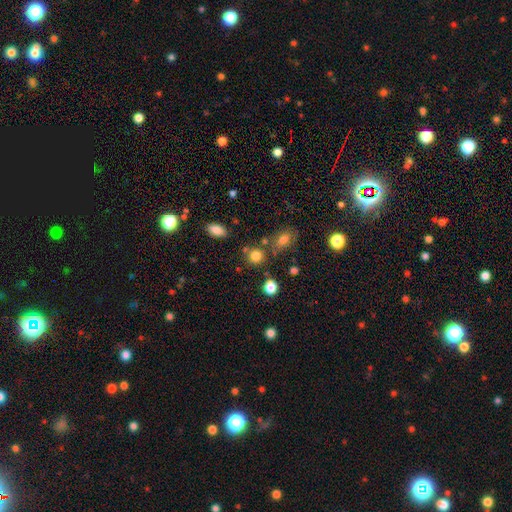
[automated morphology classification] smooth_or_featured: smooth (p=0.81) [alt: star or artifact p=0.13]
how_rounded: round (p=0.84) [alt: in between p=0.15]
merging: none (p=0.73) [alt: merger p=0.12]